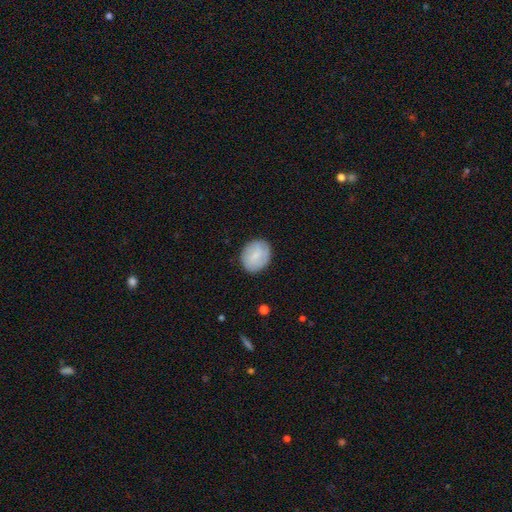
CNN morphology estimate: smooth-or-featured: smooth: 68% | featured or disk: 25% | star or artifact: 7%
  how-rounded: round: 55% | in between: 43% | cigar-shaped: 1%
  merging: none: 83% | minor disturbance: 13% | major disturbance: 3% | merger: 1%